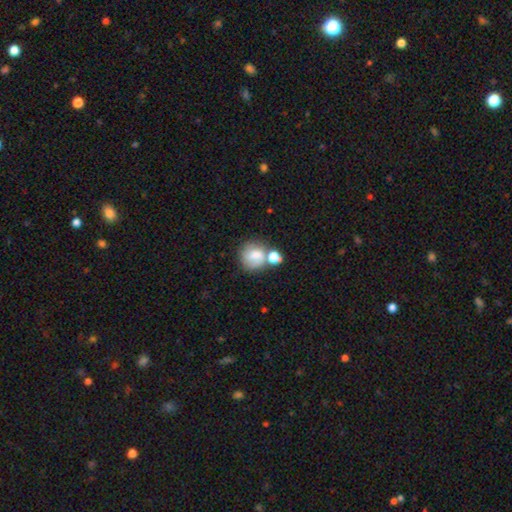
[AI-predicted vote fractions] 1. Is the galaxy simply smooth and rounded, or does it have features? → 68% smooth, 21% featured or disk, 11% star or artifact.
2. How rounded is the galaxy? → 78% round, 21% in between, 1% cigar-shaped.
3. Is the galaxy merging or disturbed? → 44% none, 31% merger, 16% minor disturbance, 9% major disturbance.